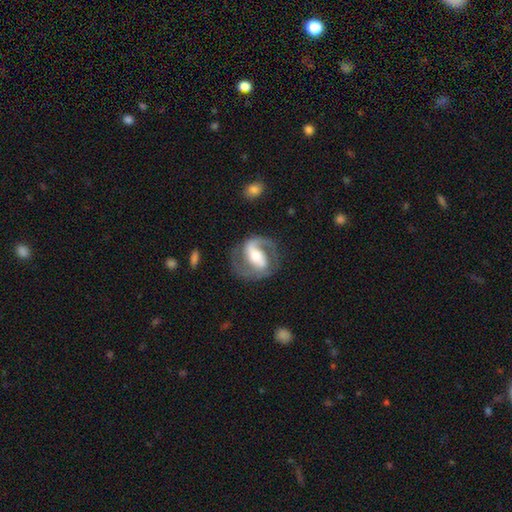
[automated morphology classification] Smooth or featured? Predicted: featured or disk (p=0.85). Edge-on disk? Predicted: no (p=0.97). Bar? Predicted: strong (p=0.51). Spiral arms? Predicted: yes (p=0.93). Spiral winding? Predicted: medium (p=0.53). Spiral arm count? Predicted: 2 (p=0.81). Bulge size? Predicted: moderate (p=0.57). Merging? Predicted: none (p=0.72).